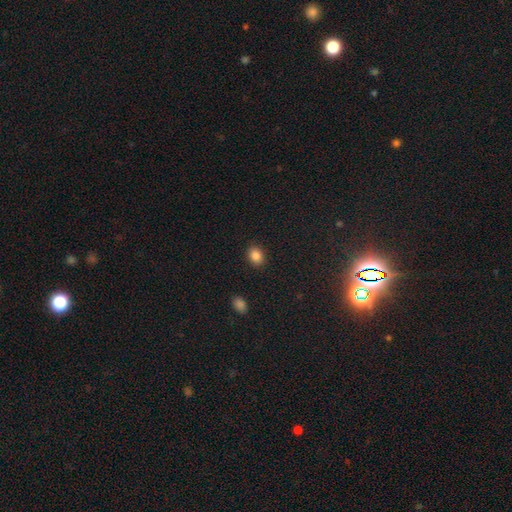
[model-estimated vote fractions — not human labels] Smooth or featured? Predicted: smooth (p=0.86). How rounded? Predicted: in between (p=0.53). Merging? Predicted: none (p=0.89).